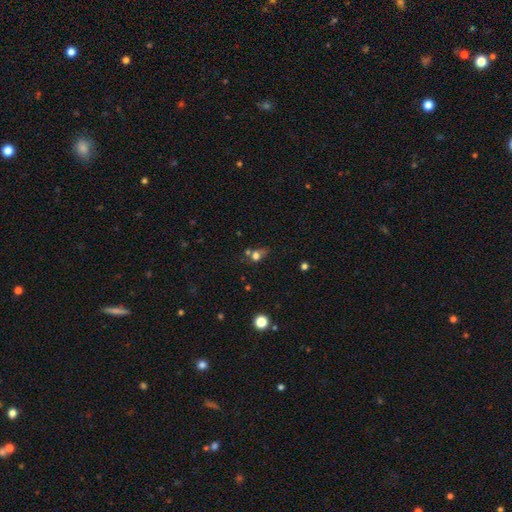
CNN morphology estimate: smooth 67%, star or artifact 18%, featured or disk 15%. Down the decision tree: how rounded — round (64%); merging — none (40%).